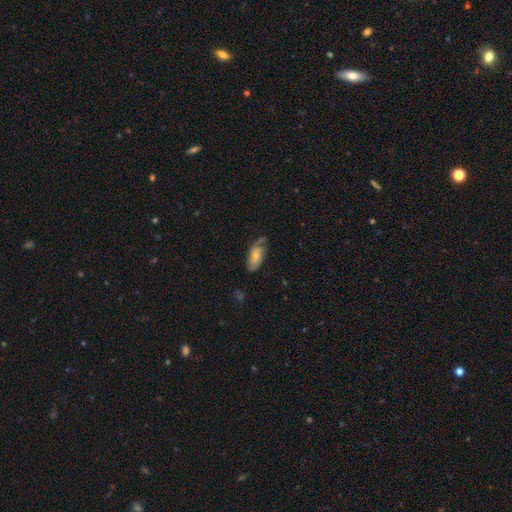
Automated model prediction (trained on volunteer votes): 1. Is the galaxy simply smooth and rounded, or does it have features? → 53% featured or disk, 40% smooth, 7% star or artifact.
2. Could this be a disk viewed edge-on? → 92% no, 8% yes.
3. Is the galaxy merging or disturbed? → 60% none, 27% minor disturbance, 11% major disturbance, 2% merger.